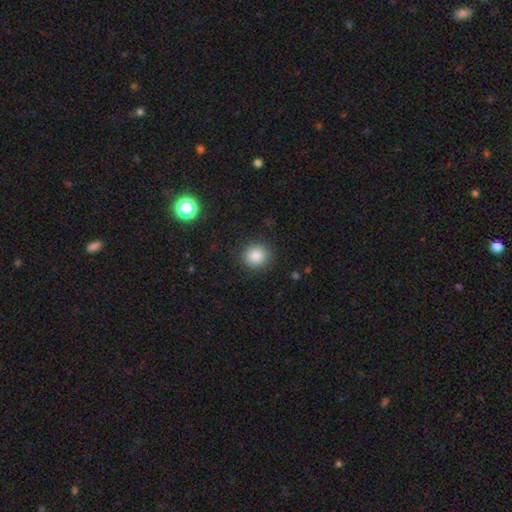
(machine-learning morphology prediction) A smooth galaxy with no disk features (85%) that is round (89%). Merging: none (90%).